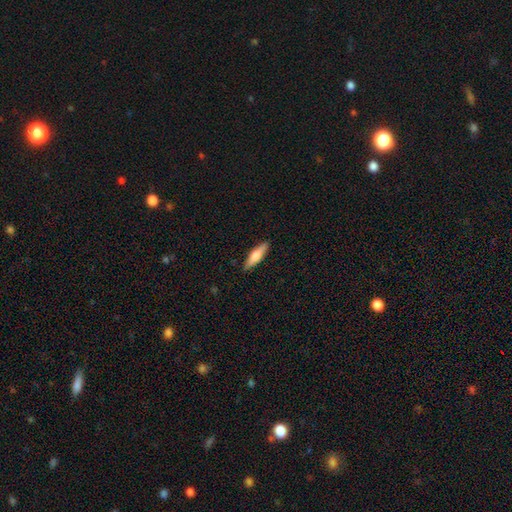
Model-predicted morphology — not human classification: Smooth or featured: smooth — 63% (featured or disk — 31%)
How rounded: cigar-shaped — 68% (in between — 30%)
Merging: none — 88% (minor disturbance — 9%)